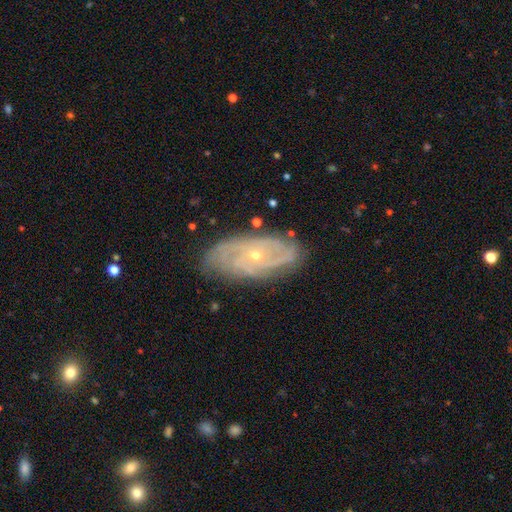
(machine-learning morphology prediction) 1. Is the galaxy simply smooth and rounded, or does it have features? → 84% featured or disk, 10% smooth, 6% star or artifact.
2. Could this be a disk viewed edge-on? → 93% no, 7% yes.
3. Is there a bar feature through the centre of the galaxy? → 78% no, 18% weak, 4% strong.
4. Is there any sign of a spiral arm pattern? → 93% yes, 7% no.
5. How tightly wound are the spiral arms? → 63% tight, 29% medium, 8% loose.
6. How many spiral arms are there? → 33% can't tell, 22% 2, 21% 3, 13% 4, 6% more than 4, 5% 1.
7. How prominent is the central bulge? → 66% small, 32% moderate, 1% large, 1% none, 1% dominant.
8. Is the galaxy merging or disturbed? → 77% none, 17% minor disturbance, 5% major disturbance, 1% merger.